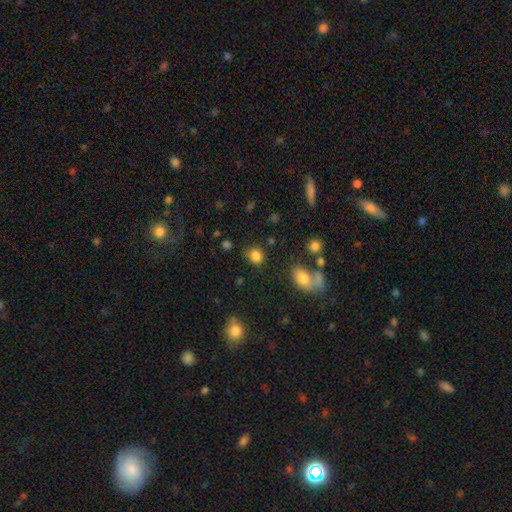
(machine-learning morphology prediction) Overall: smooth (83%). How rounded: round (66%; in between 33%). Merging: none (75%).